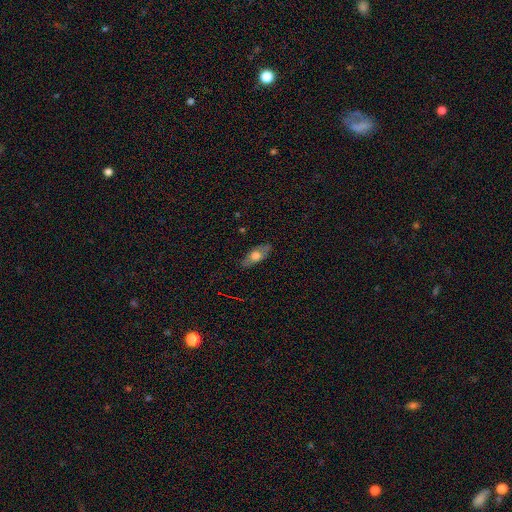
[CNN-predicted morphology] Q: Smooth or featured?
A: smooth (60%); runner-up: featured or disk (34%)
Q: How rounded?
A: in between (77%); runner-up: cigar-shaped (19%)
Q: Merging?
A: none (83%); runner-up: minor disturbance (13%)